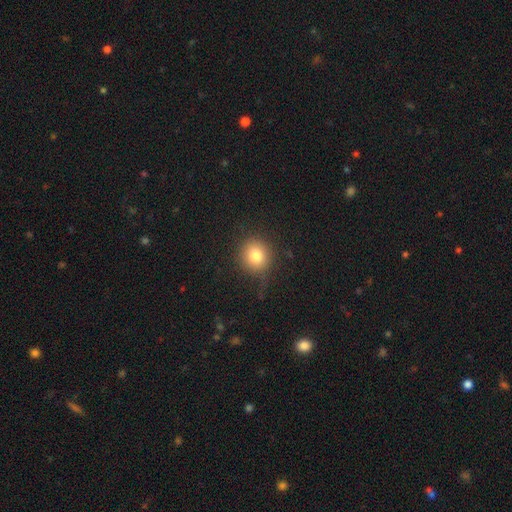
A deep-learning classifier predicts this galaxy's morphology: Smooth or featured? smooth (80%)
How rounded? round (90%)
Merging? none (79%)